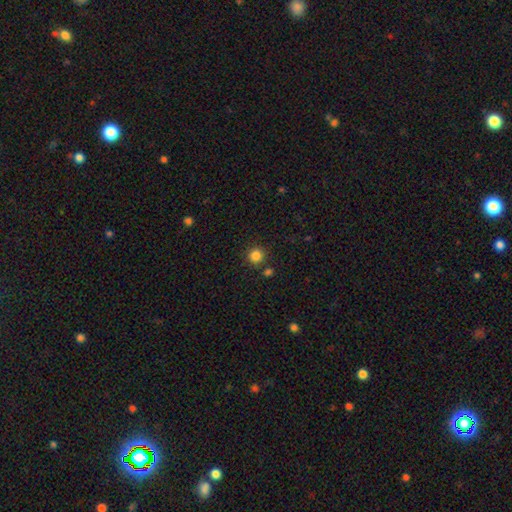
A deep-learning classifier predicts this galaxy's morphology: A smooth galaxy with no disk features (84%) that is round (94%). Merging: none (83%).